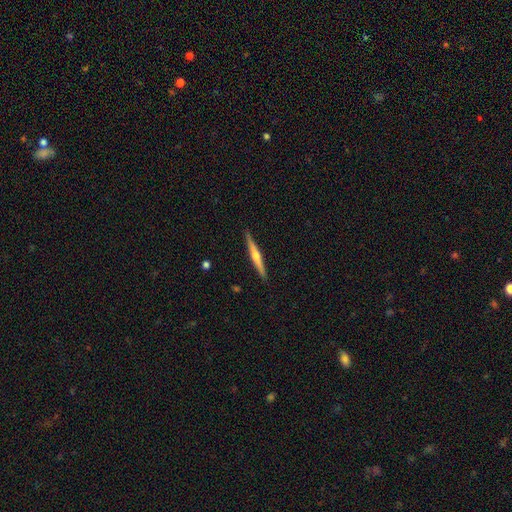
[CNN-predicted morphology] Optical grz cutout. It shows a featured or disk galaxy (70%) viewed edge-on (98%) with a rounded central bulge (88%). Merging: none (91%).